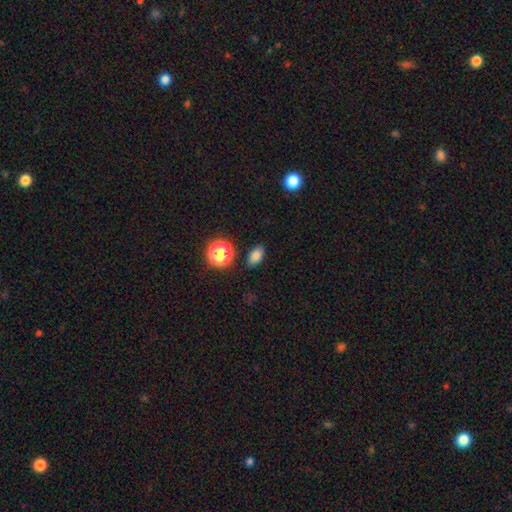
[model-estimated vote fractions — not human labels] smooth_or_featured: smooth (p=0.79) [alt: star or artifact p=0.15]
how_rounded: in between (p=0.82) [alt: round p=0.16]
merging: none (p=0.85) [alt: minor disturbance p=0.10]